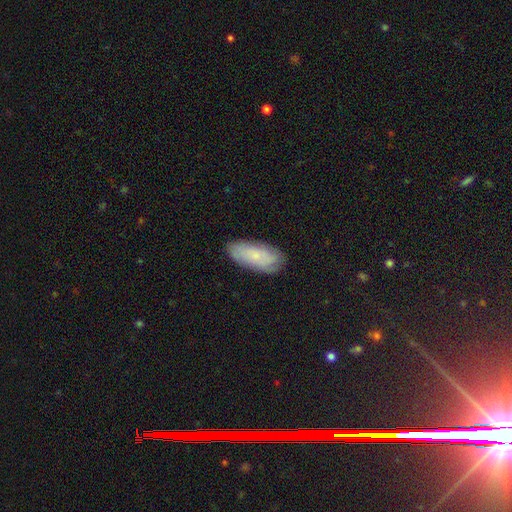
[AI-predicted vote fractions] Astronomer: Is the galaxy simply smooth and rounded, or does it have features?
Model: smooth — 58% (runner-up: featured or disk, 34%).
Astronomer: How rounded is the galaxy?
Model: in between — 81%.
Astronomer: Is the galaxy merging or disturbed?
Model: none — 80%.